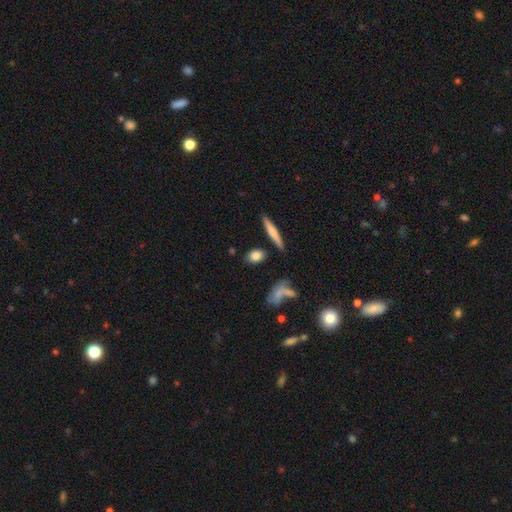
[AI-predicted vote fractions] This is likely a smooth galaxy (79%). How rounded: likely in between (63%). Merging: likely none (79%).